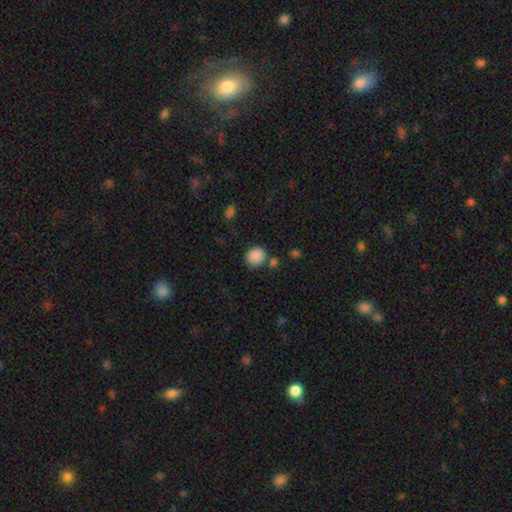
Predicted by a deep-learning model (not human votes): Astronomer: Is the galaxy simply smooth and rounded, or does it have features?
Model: smooth — 87%.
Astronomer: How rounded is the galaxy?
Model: round — 83%.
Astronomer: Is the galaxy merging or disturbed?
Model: none — 76%.